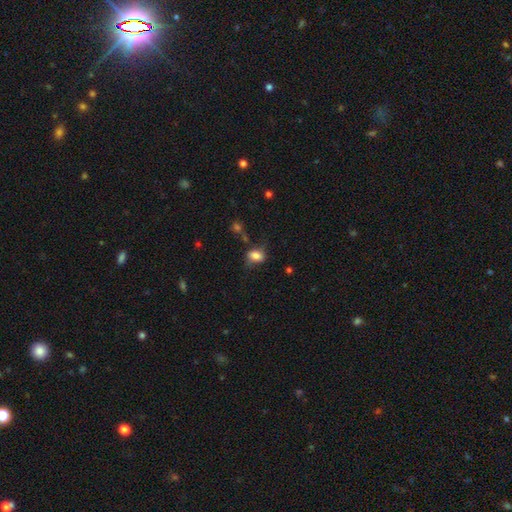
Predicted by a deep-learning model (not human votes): Smooth or featured? smooth (78%)
How rounded? in between (78%)
Merging? none (55%)